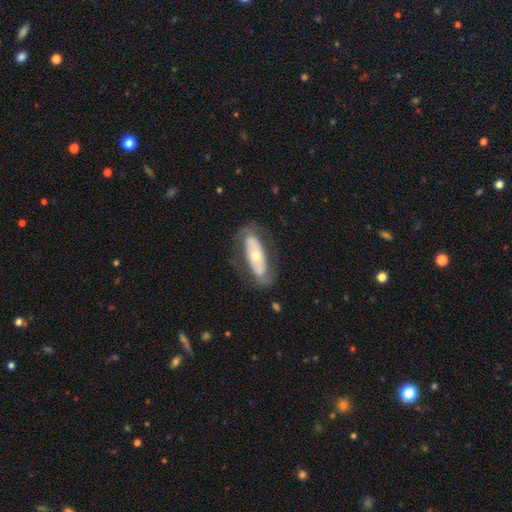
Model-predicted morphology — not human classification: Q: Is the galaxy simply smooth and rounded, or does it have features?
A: featured or disk — 57%.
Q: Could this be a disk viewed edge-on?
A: no — 79%.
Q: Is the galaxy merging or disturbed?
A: none — 71%.